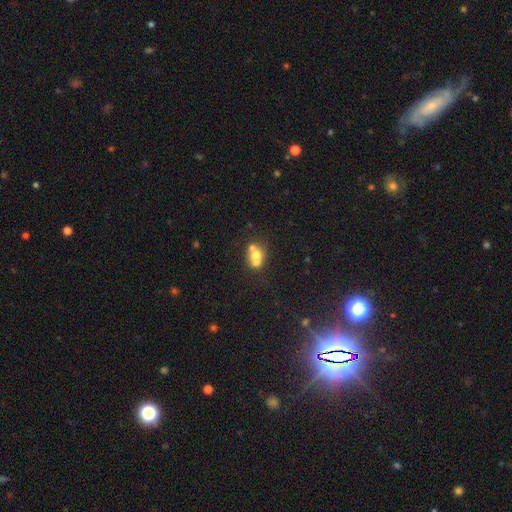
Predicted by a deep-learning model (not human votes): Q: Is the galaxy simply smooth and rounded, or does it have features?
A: smooth — 59%.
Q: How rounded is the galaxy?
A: round — 67%.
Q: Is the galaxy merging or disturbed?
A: merger — 58%.